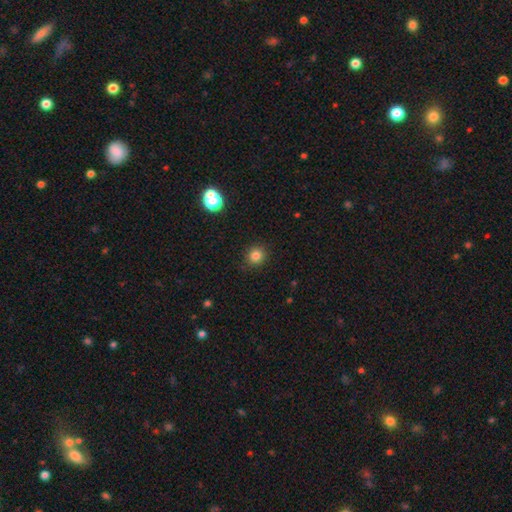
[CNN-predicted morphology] smooth-or-featured: smooth: 83% | star or artifact: 13% | featured or disk: 5%
  how-rounded: round: 88% | in between: 11% | cigar-shaped: 1%
  merging: none: 88% | minor disturbance: 8% | major disturbance: 2% | merger: 1%